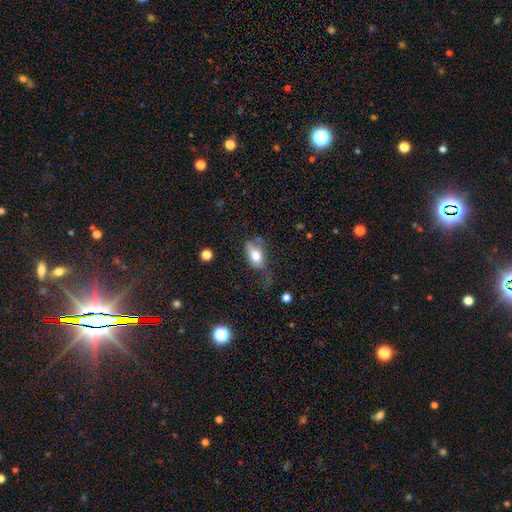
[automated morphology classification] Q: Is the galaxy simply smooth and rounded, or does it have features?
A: smooth — 67%.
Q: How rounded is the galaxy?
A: in between — 83%.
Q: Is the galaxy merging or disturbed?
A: none — 35%.